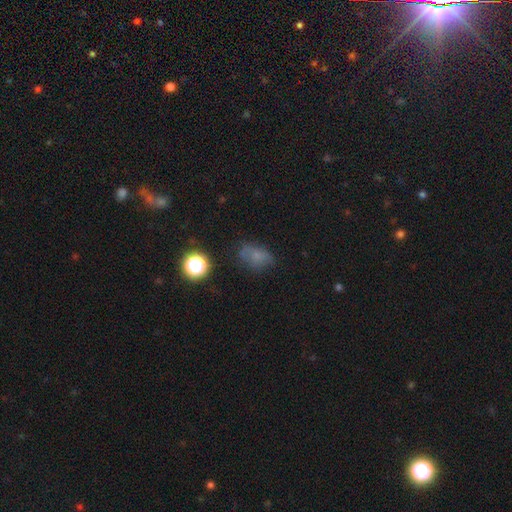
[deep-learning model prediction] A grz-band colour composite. It shows a smooth galaxy with no disk features (62%) that is in between round and cigar-shaped (73%). Merging: none (58%).